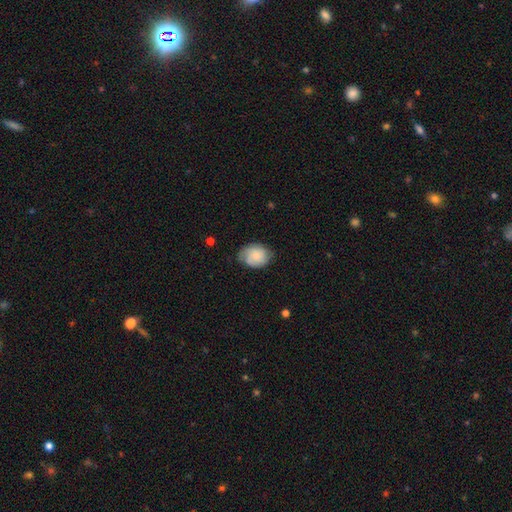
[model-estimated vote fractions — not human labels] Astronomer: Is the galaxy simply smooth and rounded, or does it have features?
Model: smooth — 65%.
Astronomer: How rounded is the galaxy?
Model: in between — 60% (runner-up: round, 39%).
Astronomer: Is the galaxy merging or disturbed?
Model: none — 63%.